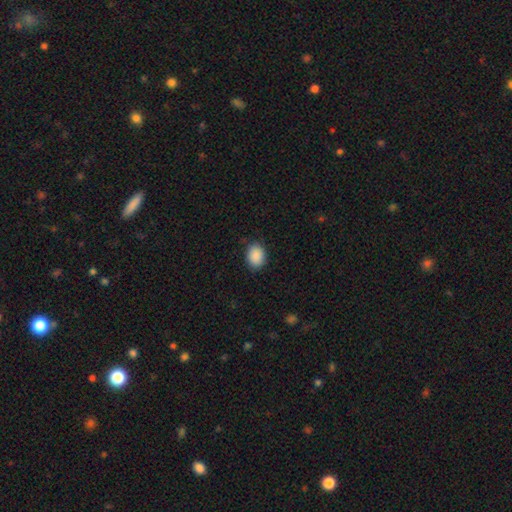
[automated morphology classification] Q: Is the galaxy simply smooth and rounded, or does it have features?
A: smooth — 90%.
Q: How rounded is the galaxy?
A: in between — 62%.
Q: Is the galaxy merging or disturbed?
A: none — 86%.